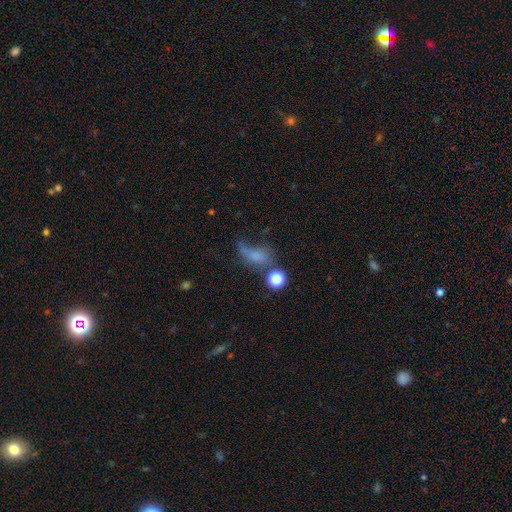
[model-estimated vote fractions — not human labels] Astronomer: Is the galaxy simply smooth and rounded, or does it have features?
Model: smooth — 58%.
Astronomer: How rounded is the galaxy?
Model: in between — 69%.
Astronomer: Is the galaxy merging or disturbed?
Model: major disturbance — 33% (runner-up: none, 30%).